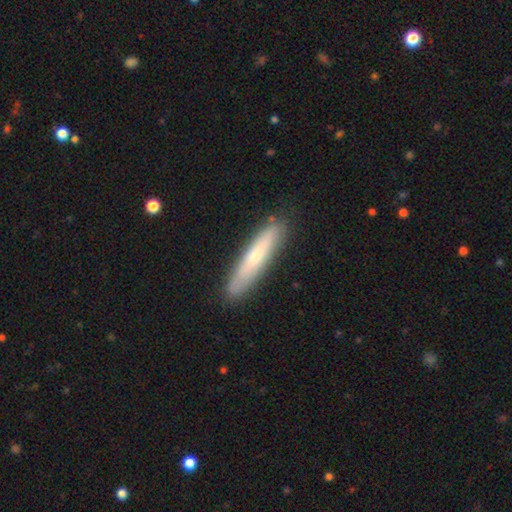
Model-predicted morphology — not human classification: The model was most divided on "smooth or featured": smooth: 59%, featured or disk: 36%, star or artifact: 5%. More confident: how rounded — cigar-shaped (89%); merging — none (86%).